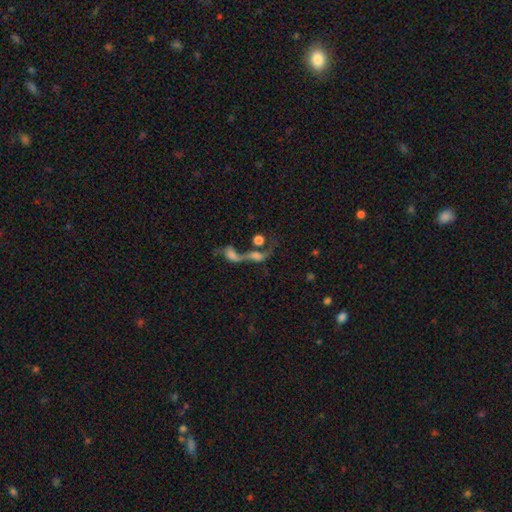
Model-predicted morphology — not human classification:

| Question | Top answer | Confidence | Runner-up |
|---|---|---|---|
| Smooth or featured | featured or disk | 45% | smooth (35%) |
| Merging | merger | 63% | none (15%) |